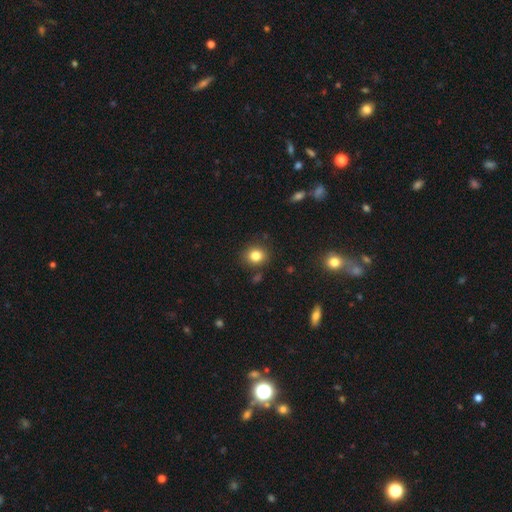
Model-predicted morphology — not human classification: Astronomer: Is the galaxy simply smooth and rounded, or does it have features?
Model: smooth — 82%.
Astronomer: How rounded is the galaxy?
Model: round — 73%.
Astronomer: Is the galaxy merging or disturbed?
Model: none — 85%.